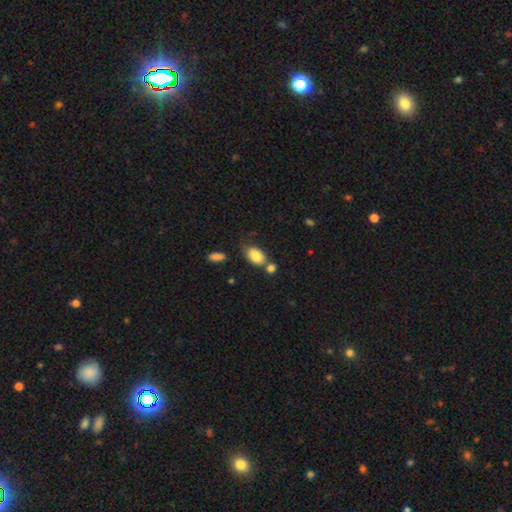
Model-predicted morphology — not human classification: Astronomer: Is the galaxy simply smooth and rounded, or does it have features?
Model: smooth — 83%.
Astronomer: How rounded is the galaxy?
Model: in between — 87%.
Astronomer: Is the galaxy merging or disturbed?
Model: none — 51%.